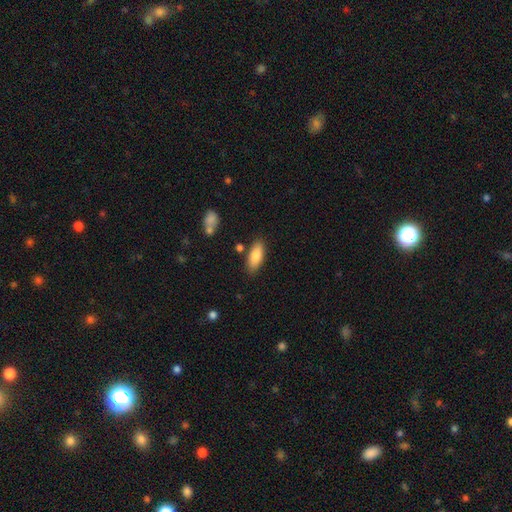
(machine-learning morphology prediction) Q: Smooth or featured?
A: smooth (79%); runner-up: featured or disk (14%)
Q: How rounded?
A: in between (79%); runner-up: cigar-shaped (19%)
Q: Merging?
A: none (82%); runner-up: minor disturbance (11%)